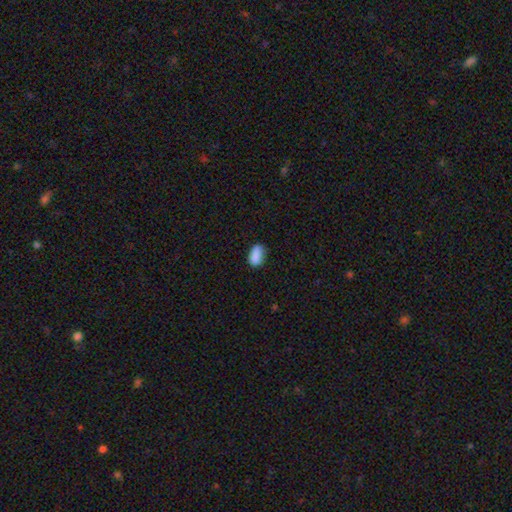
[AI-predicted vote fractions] Smooth or featured? smooth (88%)
How rounded? in between (90%)
Merging? none (74%)